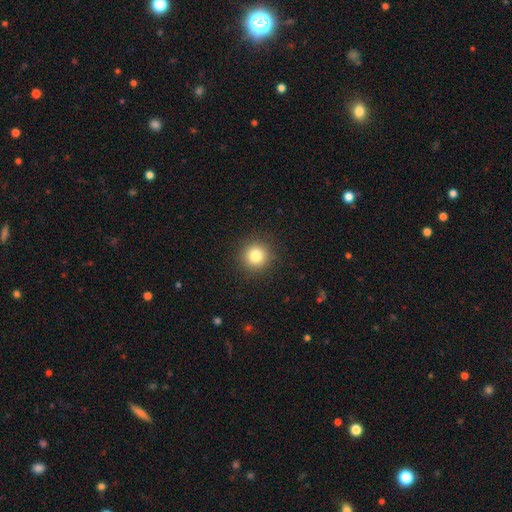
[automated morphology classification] A smooth galaxy with no disk features (82%) that is round (94%).

Vote fractions:
- Smooth or featured? smooth: 82% / star or artifact: 11% / featured or disk: 6%
- How rounded? round: 94% / in between: 5% / cigar-shaped: 1%
- Merging? none: 91% / minor disturbance: 6% / major disturbance: 2% / merger: 1%